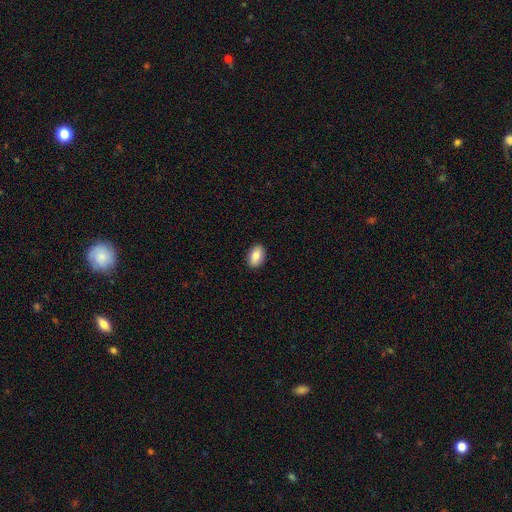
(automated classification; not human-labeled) smooth 83%, featured or disk 10%, star or artifact 7%. Down the decision tree: how rounded — in between (88%); merging — none (90%).